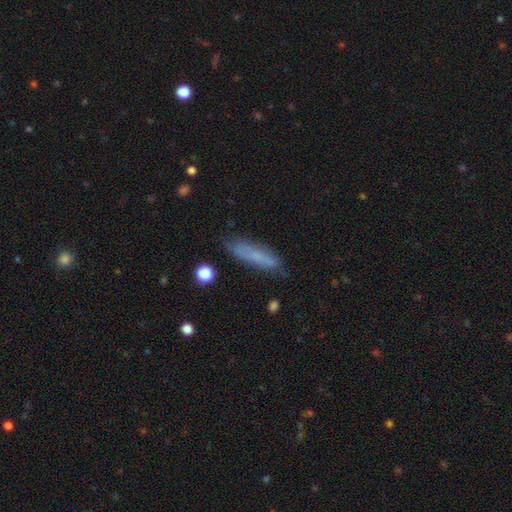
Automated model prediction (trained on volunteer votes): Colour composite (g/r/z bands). It shows a smooth galaxy with no disk features (68%) that is cigar-shaped (74%). Merging: none (76%).